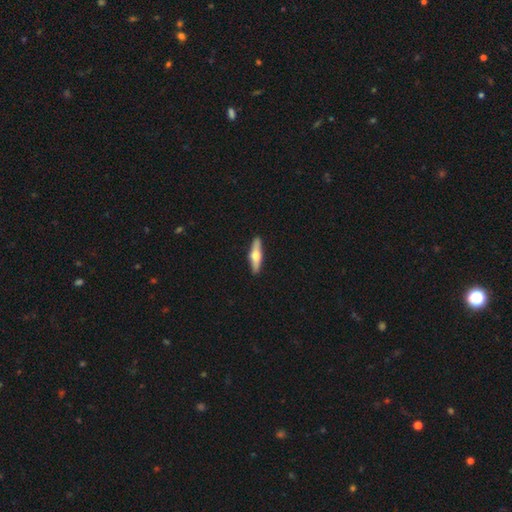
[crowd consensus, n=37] Smooth or featured? 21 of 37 (57%) said featured or disk. Edge-on disk? 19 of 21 (90%) said yes. Edge-on bulge? 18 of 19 (95%) said rounded. Merging? 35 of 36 (97%) said none.